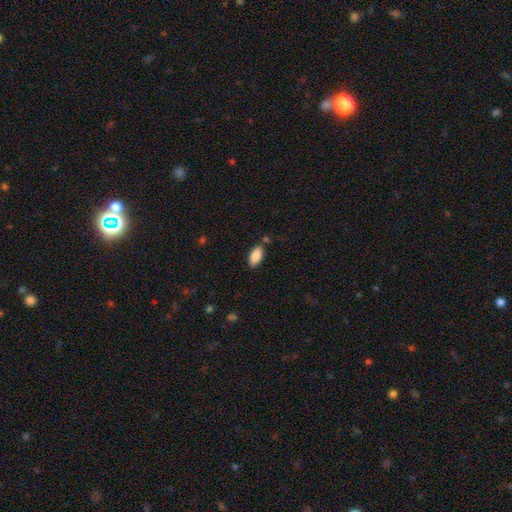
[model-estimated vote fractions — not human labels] smooth 88%, star or artifact 7%, featured or disk 5%. Down the decision tree: how rounded — in between (93%); merging — none (81%).